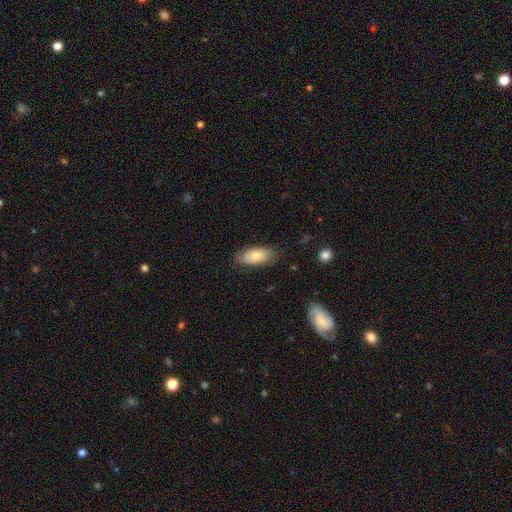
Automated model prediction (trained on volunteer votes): Overall: smooth (75%). How rounded: in between (90%). Merging: none (81%).